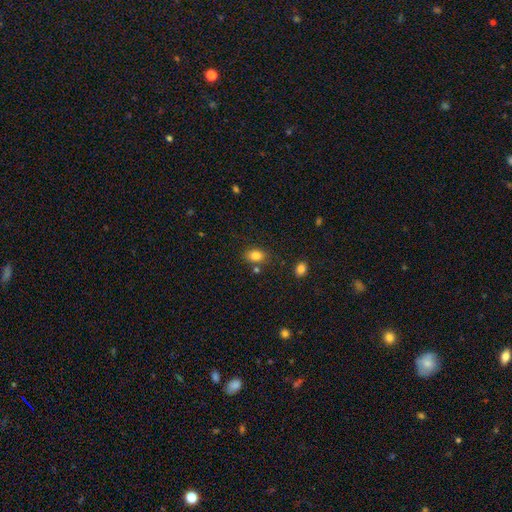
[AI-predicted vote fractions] This is clearly a smooth galaxy (83%). How rounded: likely in between (70%). Merging: likely none (73%).